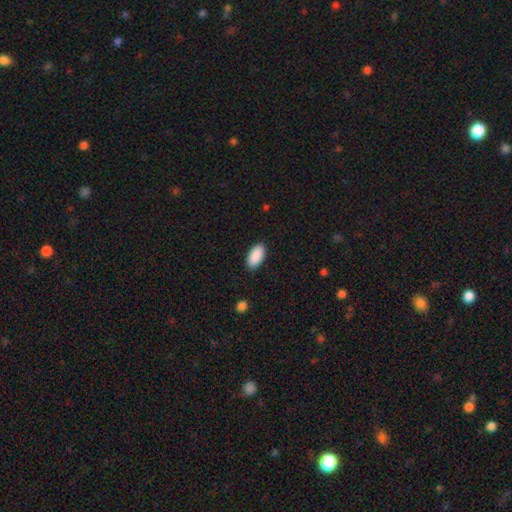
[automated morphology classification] A smooth galaxy with no disk features (91%) that is in between round and cigar-shaped (95%).

Vote fractions:
- Smooth or featured? smooth: 91% / star or artifact: 6% / featured or disk: 3%
- How rounded? in between: 95% / cigar-shaped: 3% / round: 2%
- Merging? none: 88% / minor disturbance: 9% / major disturbance: 2% / merger: 1%